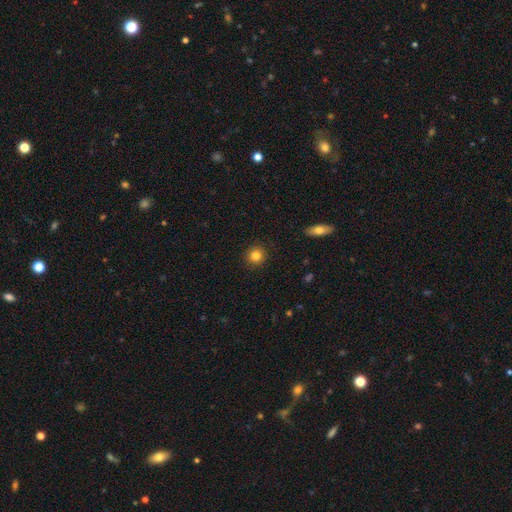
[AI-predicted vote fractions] Smooth or featured?
  - smooth: 83% *
  - star or artifact: 11%
  - featured or disk: 6%
How rounded?
  - round: 91% *
  - in between: 8%
  - cigar-shaped: 1%
Merging?
  - none: 91% *
  - minor disturbance: 6%
  - major disturbance: 2%
  - merger: 1%